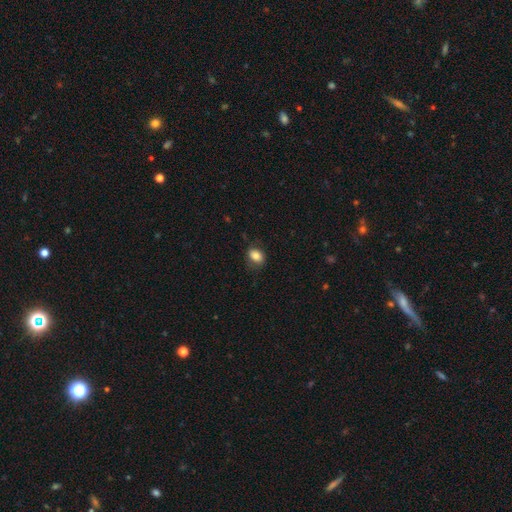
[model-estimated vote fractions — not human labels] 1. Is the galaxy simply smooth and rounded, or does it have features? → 83% smooth, 9% star or artifact, 8% featured or disk.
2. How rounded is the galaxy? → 71% in between, 28% round, 1% cigar-shaped.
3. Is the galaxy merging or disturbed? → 77% none, 17% minor disturbance, 5% major disturbance, 1% merger.